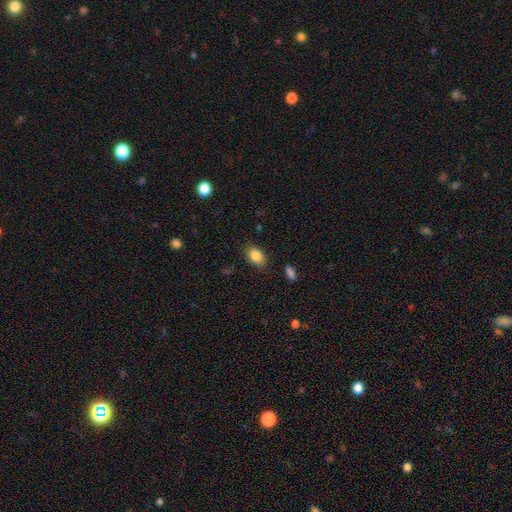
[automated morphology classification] This is clearly a smooth galaxy (85%). How rounded: clearly in between (85%). Merging: clearly none (84%).